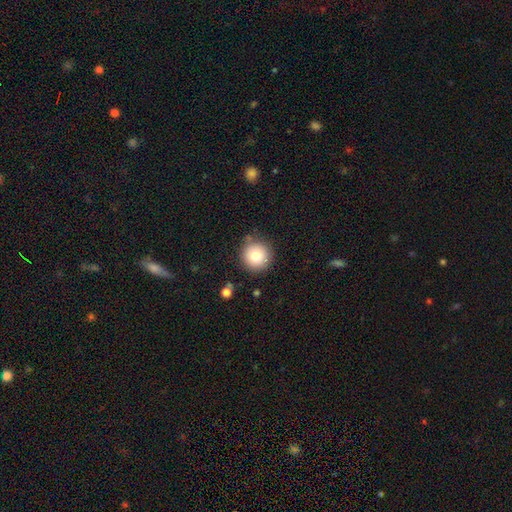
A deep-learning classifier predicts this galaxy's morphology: smooth_or_featured: smooth (p=0.78) [alt: featured or disk p=0.11]
how_rounded: round (p=0.95) [alt: in between p=0.04]
merging: none (p=0.85) [alt: minor disturbance p=0.10]